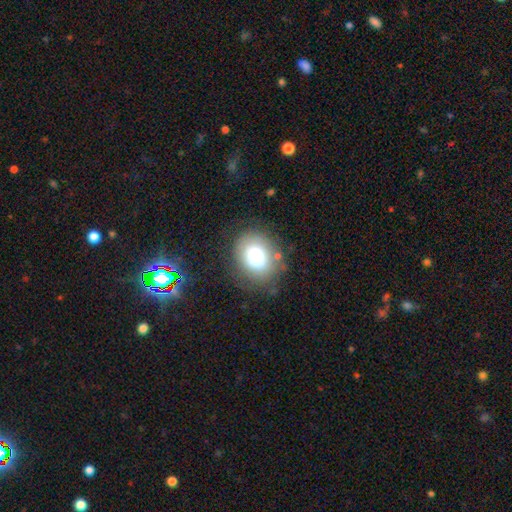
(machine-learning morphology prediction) Smooth or featured? smooth (70%)
How rounded? round (62%)
Merging? none (75%)